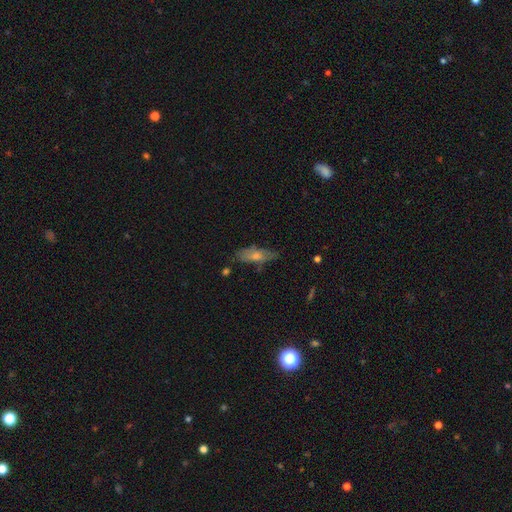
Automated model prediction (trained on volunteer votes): This appears to be a smooth galaxy with no disk features (44%, tied with featured or disk). Merging: none (72%).